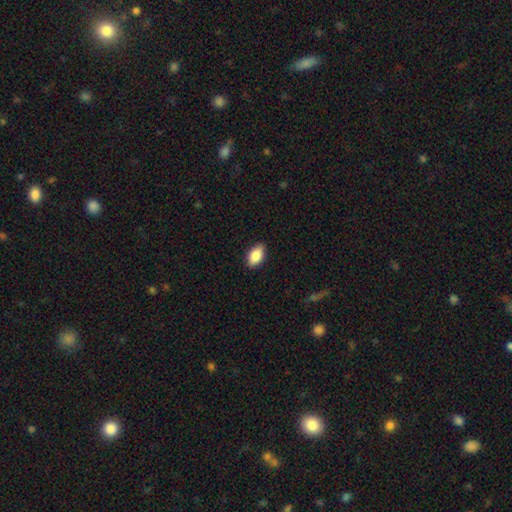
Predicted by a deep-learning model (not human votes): This is clearly a smooth galaxy (85%). How rounded: clearly in between (91%). Merging: clearly none (87%).